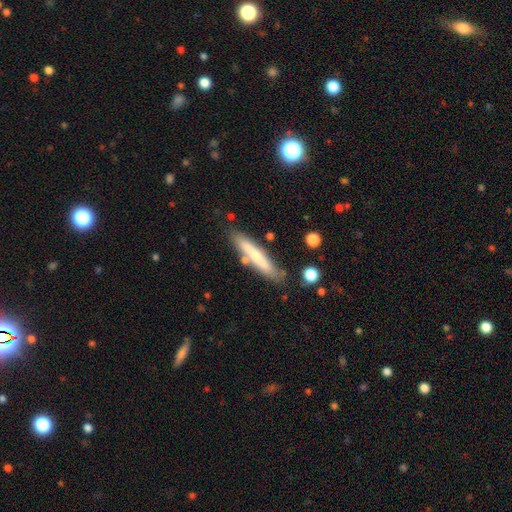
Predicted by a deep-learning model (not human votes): smooth_or_featured: smooth (p=0.59) [alt: featured or disk p=0.35]
how_rounded: cigar-shaped (p=0.89) [alt: in between p=0.10]
merging: none (p=0.76) [alt: minor disturbance p=0.14]